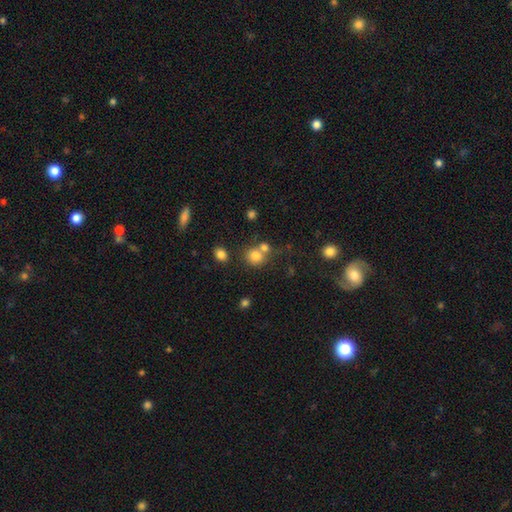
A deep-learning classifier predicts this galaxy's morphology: smooth_or_featured: smooth (p=0.78) [alt: star or artifact p=0.13]
how_rounded: round (p=0.82) [alt: in between p=0.17]
merging: none (p=0.52) [alt: merger p=0.35]